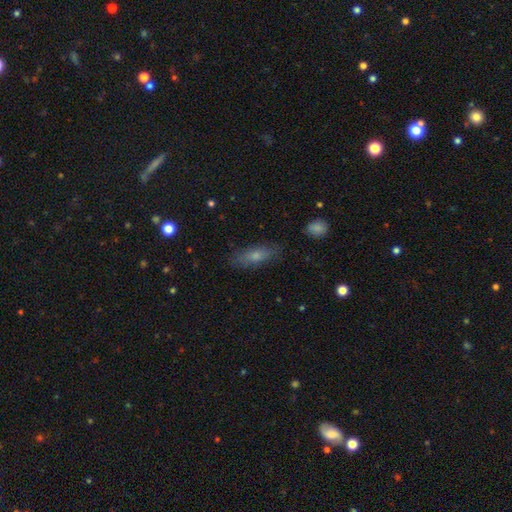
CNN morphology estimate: Q: Smooth or featured?
A: smooth (68%); runner-up: featured or disk (24%)
Q: How rounded?
A: in between (57%); runner-up: cigar-shaped (40%)
Q: Merging?
A: none (82%); runner-up: minor disturbance (13%)